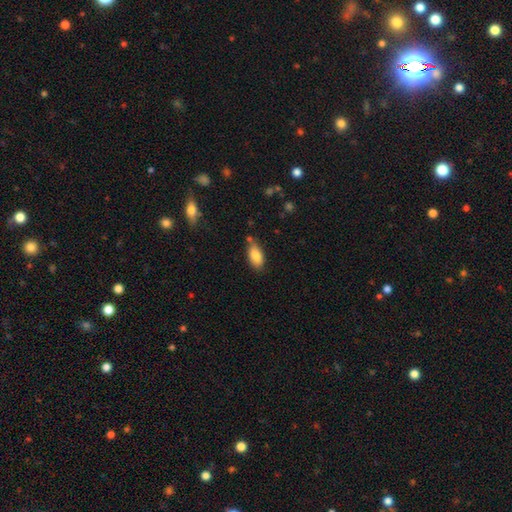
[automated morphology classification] type=smooth (85%); roundness=in between (90%); merging=none (72%).